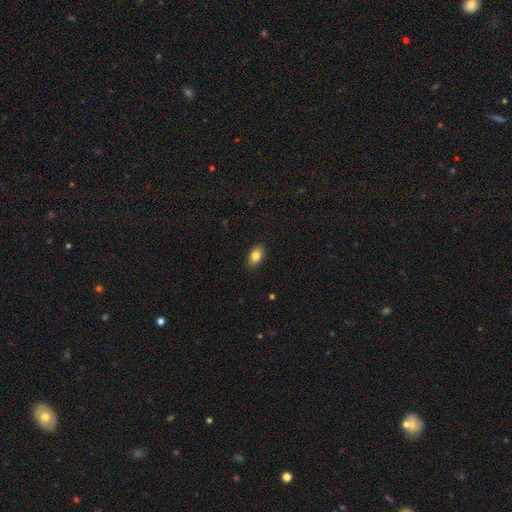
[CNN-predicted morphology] A smooth galaxy with no disk features (84%) that is in between round and cigar-shaped (91%).

Vote fractions:
- Smooth or featured? smooth: 84% / featured or disk: 9% / star or artifact: 8%
- How rounded? in between: 91% / round: 7% / cigar-shaped: 3%
- Merging? none: 88% / minor disturbance: 9% / major disturbance: 2% / merger: 1%